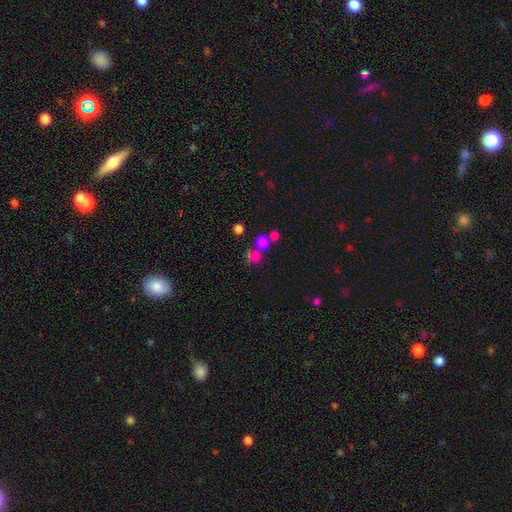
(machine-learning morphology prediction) smooth_or_featured: smooth (p=0.71) [alt: star or artifact p=0.19]
how_rounded: round (p=0.84) [alt: in between p=0.15]
merging: none (p=0.50) [alt: merger p=0.37]